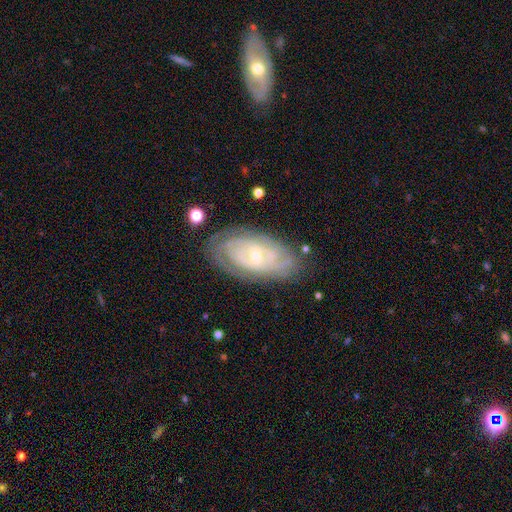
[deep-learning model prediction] Overall: featured or disk (82%). Edge-on disk: no (94%). Bar: no (44%; weak 42%). Spiral arms: yes (92%). Spiral arm count: can't tell (45%; 2 22%). Spiral winding: tight (76%). Bulge size: small (66%; moderate 29%). Merging: none (76%).